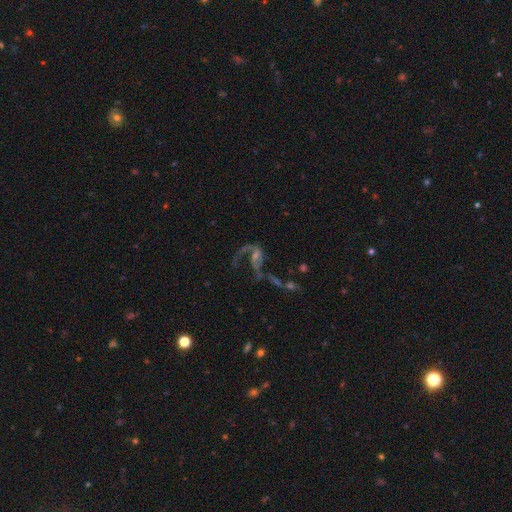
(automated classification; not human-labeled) A featured or disk galaxy (74%) with no bar (53%), 1 (47%) loose (68%) spiral arms (81%) and a small central bulge (49%). Merging: major disturbance (39%).